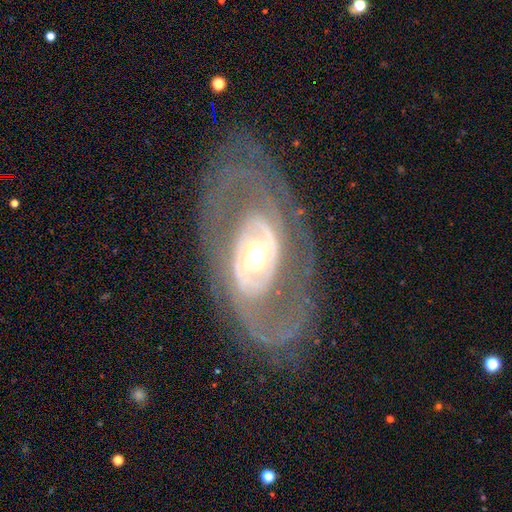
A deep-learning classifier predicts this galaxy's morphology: smooth_or_featured: featured or disk (p=0.84) [alt: smooth p=0.10]
disk_edge_on: no (p=0.93) [alt: yes p=0.07]
bar: no (p=0.52) [alt: weak p=0.29]
has_spiral_arms: yes (p=0.77) [alt: no p=0.23]
spiral_winding: tight (p=0.45) [alt: medium p=0.36]
spiral_arm_count: 2 (p=0.64) [alt: can't tell p=0.20]
bulge_size: moderate (p=0.63) [alt: large p=0.21]
merging: none (p=0.74) [alt: minor disturbance p=0.13]